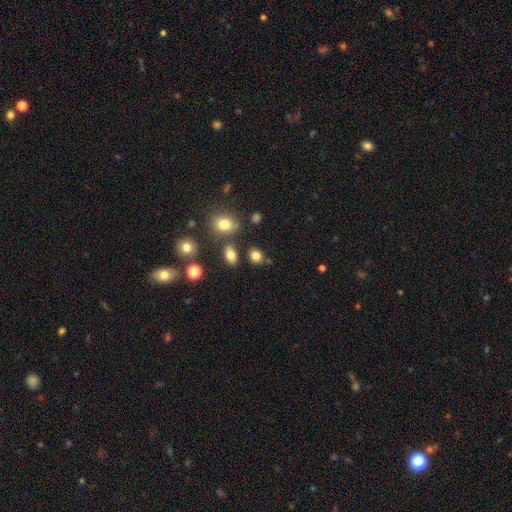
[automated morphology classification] A smooth galaxy with no disk features (83%) that is round (52%).

Vote fractions:
- Smooth or featured? smooth: 83% / star or artifact: 11% / featured or disk: 6%
- How rounded? round: 52% / in between: 47% / cigar-shaped: 1%
- Merging? none: 77% / minor disturbance: 11% / merger: 8% / major disturbance: 4%